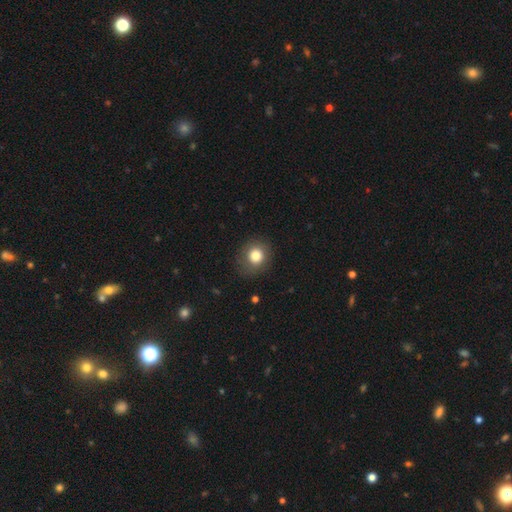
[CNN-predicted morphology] smooth-or-featured: smooth: 81% | star or artifact: 10% | featured or disk: 9%
  how-rounded: round: 81% | in between: 18% | cigar-shaped: 1%
  merging: none: 85% | minor disturbance: 10% | major disturbance: 4% | merger: 1%